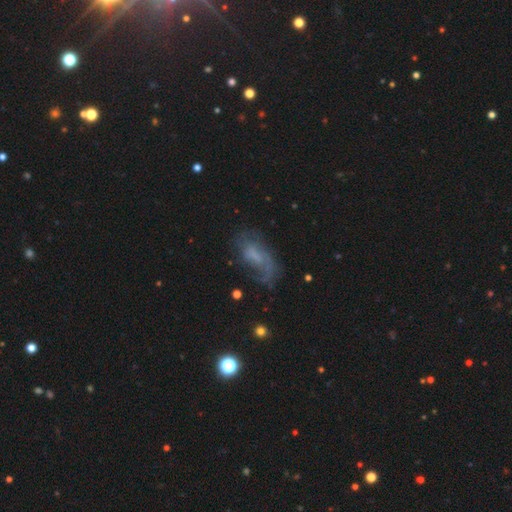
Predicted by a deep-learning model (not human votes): smooth_or_featured: featured or disk (p=0.58) [alt: smooth p=0.30]
disk_edge_on: no (p=0.93) [alt: yes p=0.07]
bar: no (p=0.56) [alt: weak p=0.36]
has_spiral_arms: yes (p=0.76) [alt: no p=0.24]
bulge_size: none (p=0.47) [alt: small p=0.25]
merging: none (p=0.47) [alt: major disturbance p=0.26]